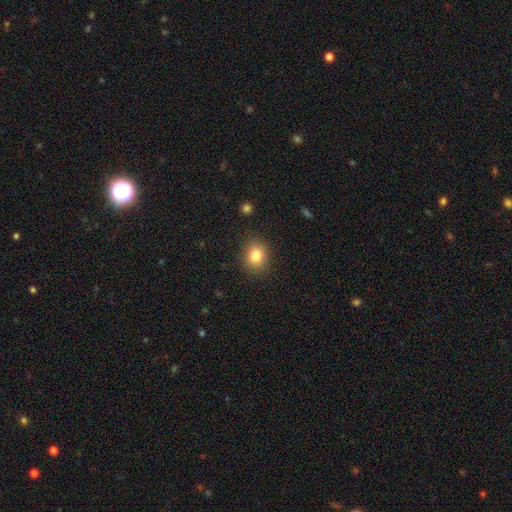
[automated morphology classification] Smooth or featured?
  - smooth: 82% *
  - star or artifact: 11%
  - featured or disk: 7%
How rounded?
  - round: 68% *
  - in between: 31%
  - cigar-shaped: 1%
Merging?
  - none: 87% *
  - minor disturbance: 9%
  - major disturbance: 3%
  - merger: 1%